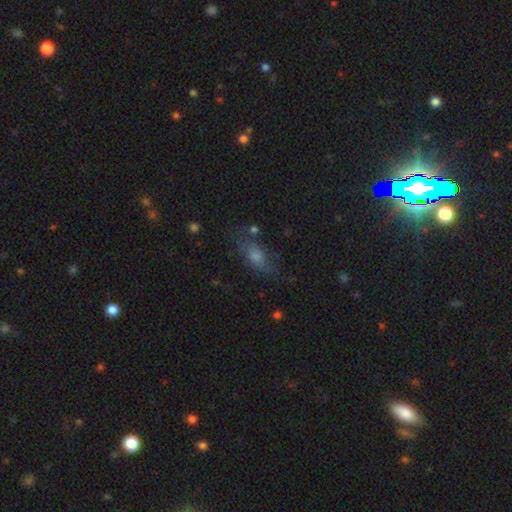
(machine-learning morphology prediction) A smooth galaxy with no disk features (47%). Merging: none (69%).